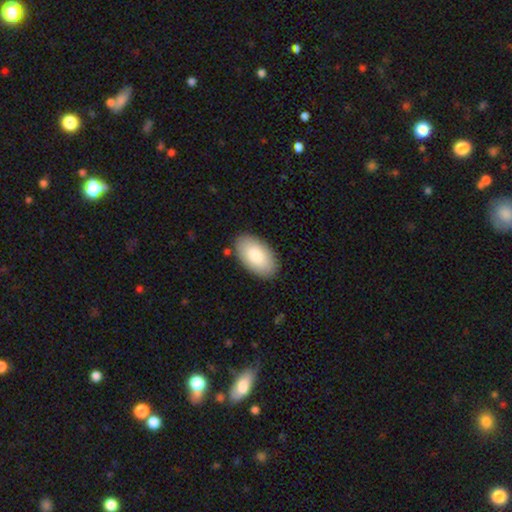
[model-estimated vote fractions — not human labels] This is clearly a smooth galaxy (83%). How rounded: clearly in between (96%). Merging: clearly none (87%).